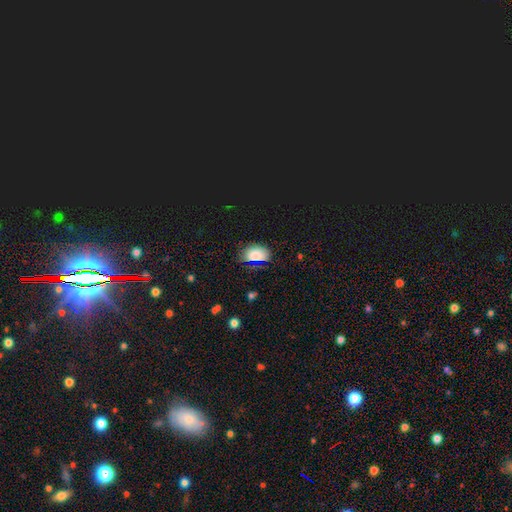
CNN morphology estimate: A smooth galaxy with no disk features (72%) that is in between round and cigar-shaped (83%).

Vote fractions:
- Smooth or featured? smooth: 72% / star or artifact: 21% / featured or disk: 7%
- How rounded? in between: 83% / round: 15% / cigar-shaped: 2%
- Merging? none: 77% / minor disturbance: 16% / major disturbance: 4% / merger: 3%